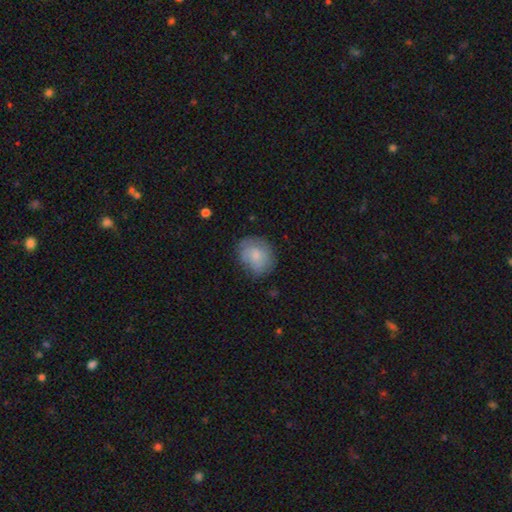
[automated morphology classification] The model was most divided on "how rounded": round: 55%, in between: 44%, cigar-shaped: 1%. More confident: smooth or featured — smooth (69%); merging — none (67%).